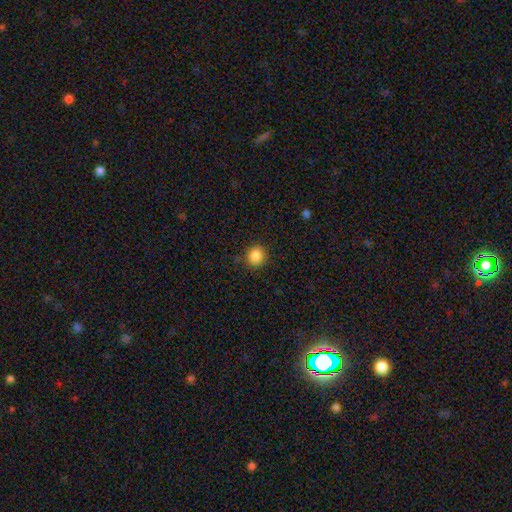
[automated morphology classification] smooth-or-featured: smooth: 87% | star or artifact: 10% | featured or disk: 3%
  how-rounded: round: 89% | in between: 10% | cigar-shaped: 1%
  merging: none: 88% | minor disturbance: 8% | major disturbance: 3% | merger: 1%